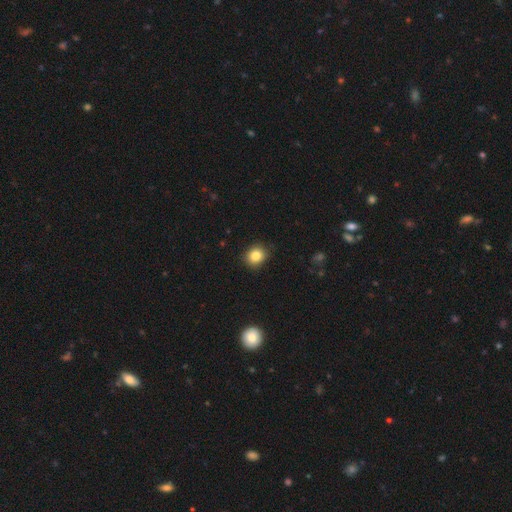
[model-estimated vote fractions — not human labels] This is clearly a smooth galaxy (84%). How rounded: likely round (70%). Merging: clearly none (88%).